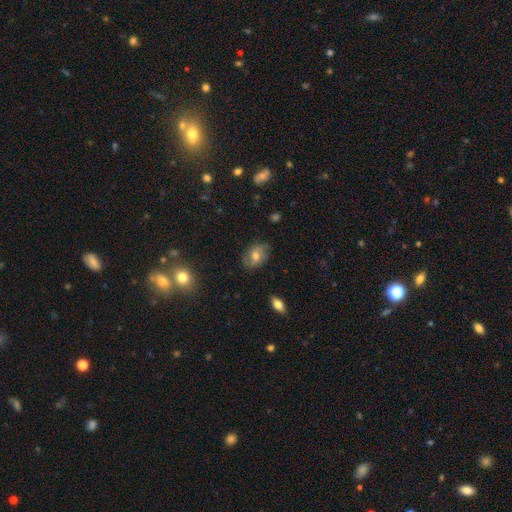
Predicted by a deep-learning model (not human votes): Smooth or featured: smooth — 54% (featured or disk — 36%)
How rounded: in between — 74% (round — 24%)
Merging: none — 78% (minor disturbance — 17%)